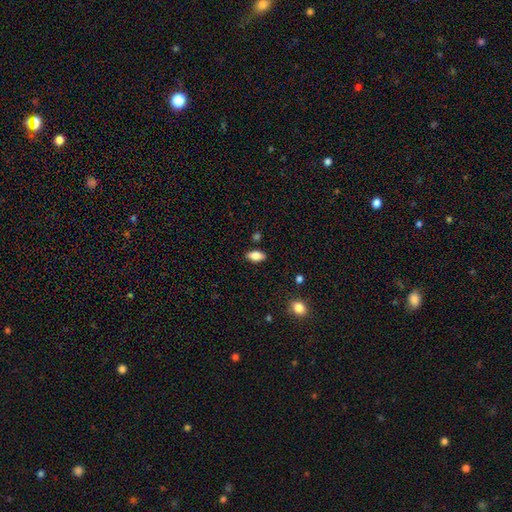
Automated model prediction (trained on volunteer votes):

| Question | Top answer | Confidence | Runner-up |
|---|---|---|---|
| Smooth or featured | smooth | 80% | featured or disk (12%) |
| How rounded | in between | 89% | cigar-shaped (7%) |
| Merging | none | 86% | minor disturbance (10%) |